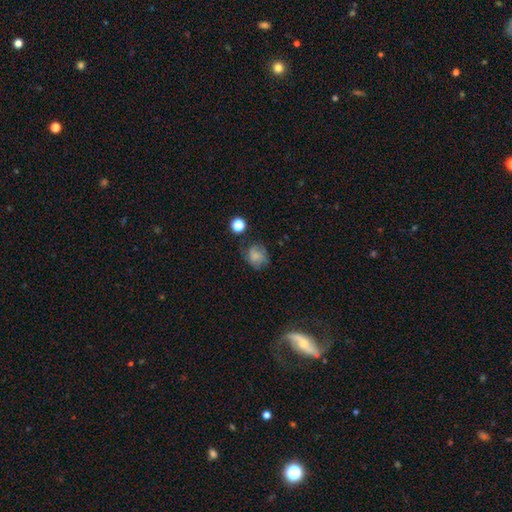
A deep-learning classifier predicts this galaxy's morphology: A smooth galaxy with no disk features (67%) that is round (65%).

Vote fractions:
- Smooth or featured? smooth: 67% / featured or disk: 21% / star or artifact: 13%
- How rounded? round: 65% / in between: 34% / cigar-shaped: 1%
- Merging? none: 61% / minor disturbance: 24% / major disturbance: 11% / merger: 3%